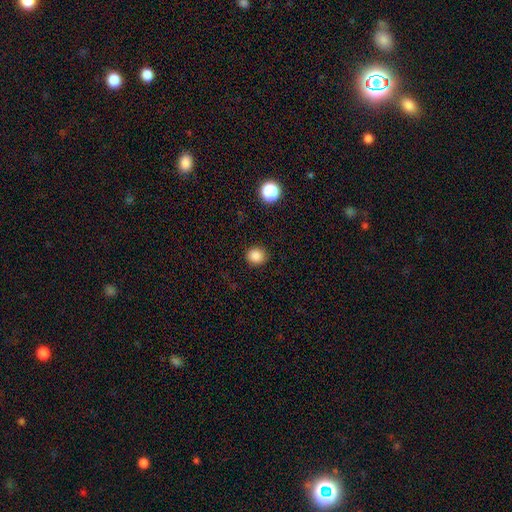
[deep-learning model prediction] Smooth or featured: smooth — 85% (star or artifact — 12%)
How rounded: round — 85% (in between — 14%)
Merging: none — 90% (minor disturbance — 7%)